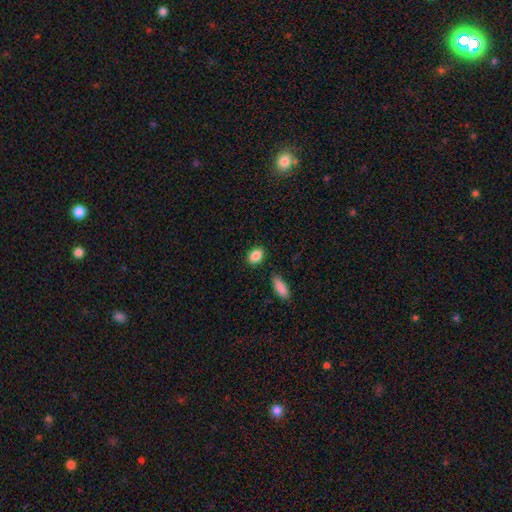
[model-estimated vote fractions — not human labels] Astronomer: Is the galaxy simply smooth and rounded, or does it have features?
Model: smooth — 87%.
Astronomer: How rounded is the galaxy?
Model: in between — 73%.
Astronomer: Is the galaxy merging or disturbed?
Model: none — 84%.